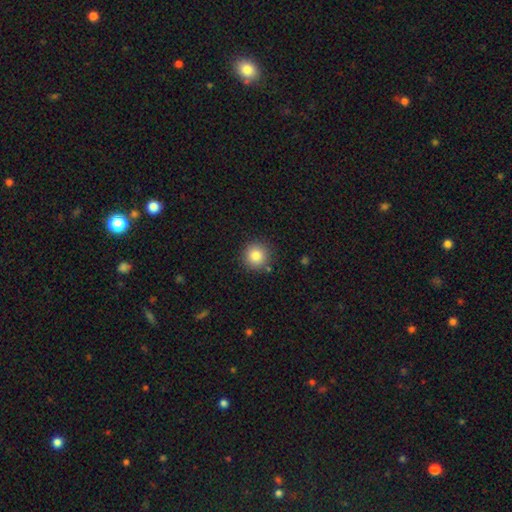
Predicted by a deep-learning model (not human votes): smooth 83%, star or artifact 10%, featured or disk 6%. Down the decision tree: how rounded — round (94%); merging — none (88%).